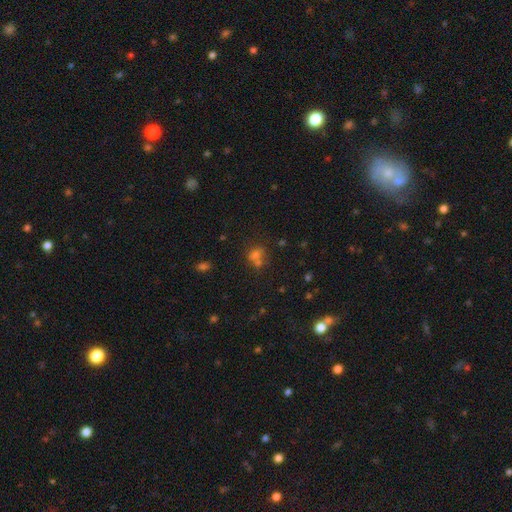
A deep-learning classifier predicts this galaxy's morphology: Smooth or featured?
  - smooth: 55% *
  - star or artifact: 31%
  - featured or disk: 14%
How rounded?
  - round: 73% *
  - in between: 25%
  - cigar-shaped: 1%
Merging?
  - none: 45% *
  - merger: 40%
  - minor disturbance: 10%
  - major disturbance: 5%